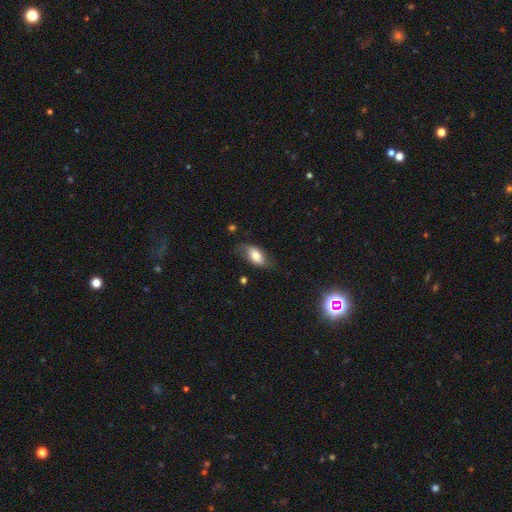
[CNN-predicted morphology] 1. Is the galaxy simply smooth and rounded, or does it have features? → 72% smooth, 21% featured or disk, 7% star or artifact.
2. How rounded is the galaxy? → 90% in between, 6% cigar-shaped, 4% round.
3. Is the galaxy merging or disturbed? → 64% none, 26% minor disturbance, 8% major disturbance, 2% merger.